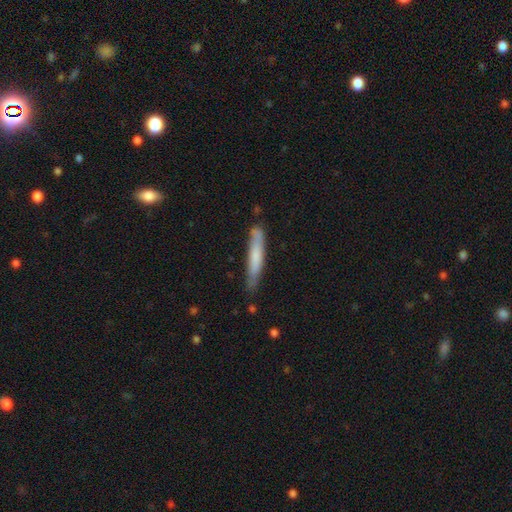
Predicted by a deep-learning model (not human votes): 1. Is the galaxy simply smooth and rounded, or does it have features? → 67% smooth, 28% featured or disk, 5% star or artifact.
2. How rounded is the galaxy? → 93% cigar-shaped, 6% in between, 1% round.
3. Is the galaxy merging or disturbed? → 72% none, 21% minor disturbance, 4% major disturbance, 3% merger.